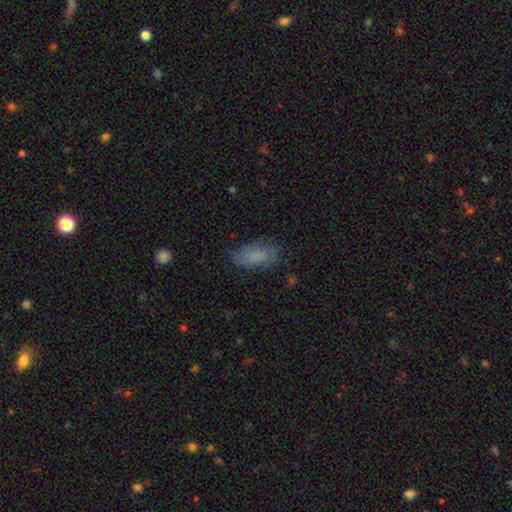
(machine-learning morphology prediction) Smooth or featured? smooth (82%)
How rounded? in between (88%)
Merging? none (78%)